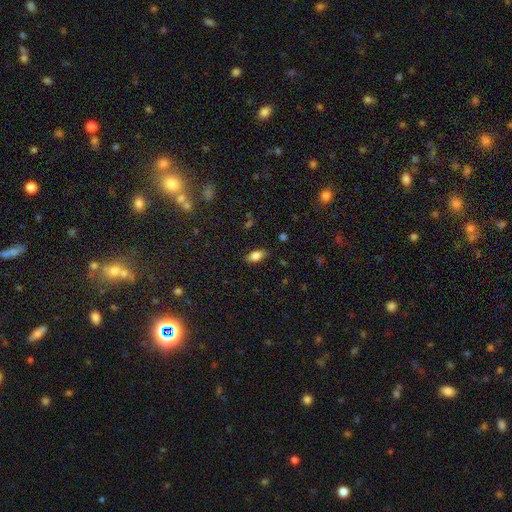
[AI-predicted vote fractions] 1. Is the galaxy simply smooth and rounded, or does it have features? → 80% smooth, 11% featured or disk, 9% star or artifact.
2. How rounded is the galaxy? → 87% in between, 9% cigar-shaped, 4% round.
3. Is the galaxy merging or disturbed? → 83% none, 13% minor disturbance, 3% major disturbance, 1% merger.